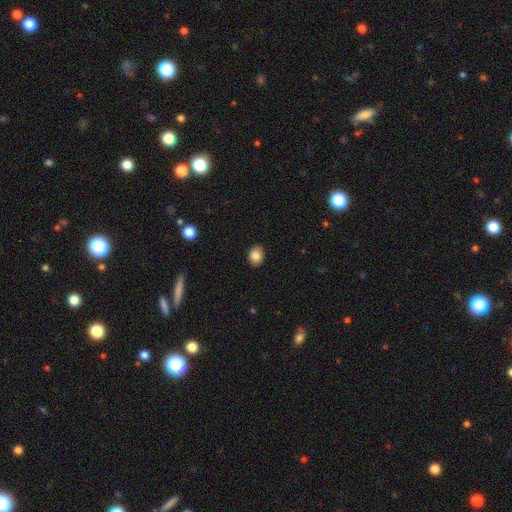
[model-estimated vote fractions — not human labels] A smooth galaxy with no disk features (85%) that is round (53%).

Vote fractions:
- Smooth or featured? smooth: 85% / star or artifact: 9% / featured or disk: 6%
- How rounded? round: 53% / in between: 46% / cigar-shaped: 1%
- Merging? none: 88% / minor disturbance: 9% / major disturbance: 2% / merger: 1%